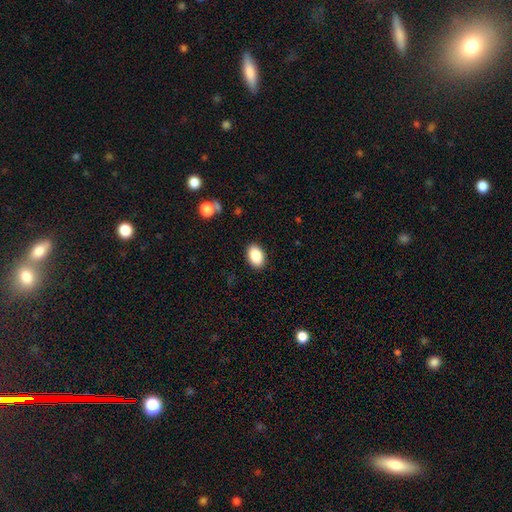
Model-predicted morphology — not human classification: A smooth galaxy with no disk features (87%) that is in between round and cigar-shaped (87%). Merging: none (89%).